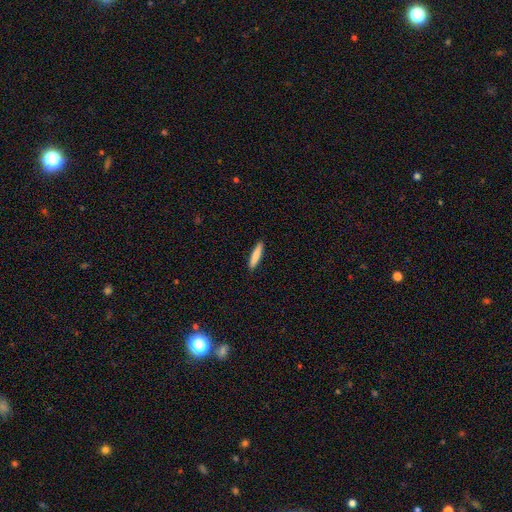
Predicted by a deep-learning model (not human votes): A smooth galaxy with no disk features (85%) that is cigar-shaped (87%). Merging: none (91%).